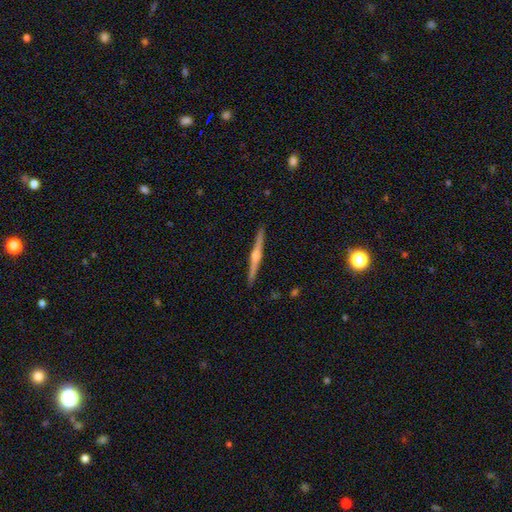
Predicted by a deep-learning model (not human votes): Smooth or featured: featured or disk — 82% (smooth — 13%)
Edge-on disk: yes — 99% (no — 1%)
Edge-on bulge: rounded — 88% (boxy — 6%)
Merging: none — 93% (minor disturbance — 5%)